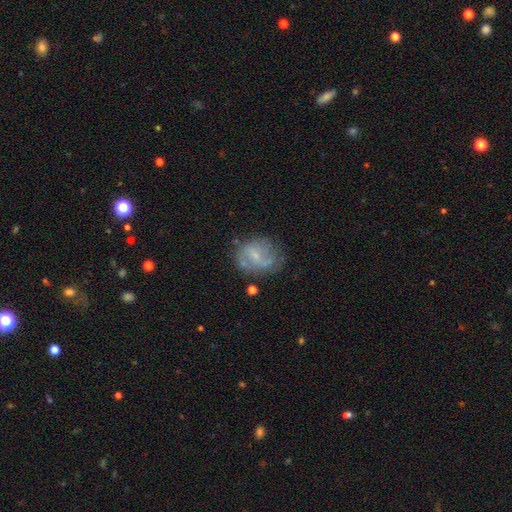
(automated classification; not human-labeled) Overall: featured or disk (59%; smooth 32%). Edge-on disk: no (97%). Bar: no (48%; weak 43%). Spiral arms: yes (68%; no 32%). Bulge size: small (70%). Merging: none (55%; minor disturbance 26%).